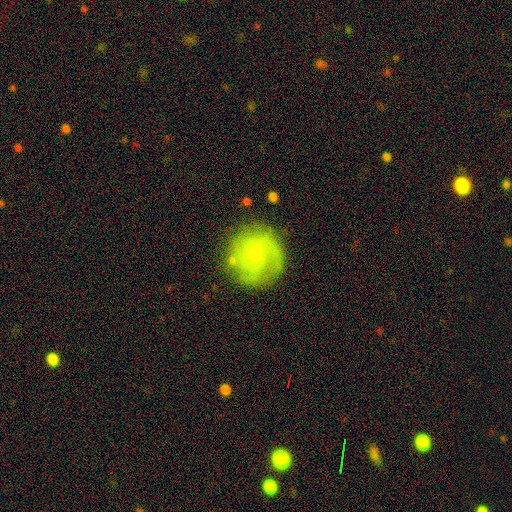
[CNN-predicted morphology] The model was most divided on "smooth or featured": smooth: 47%, featured or disk: 41%, star or artifact: 11%. More confident: merging — none (77%).